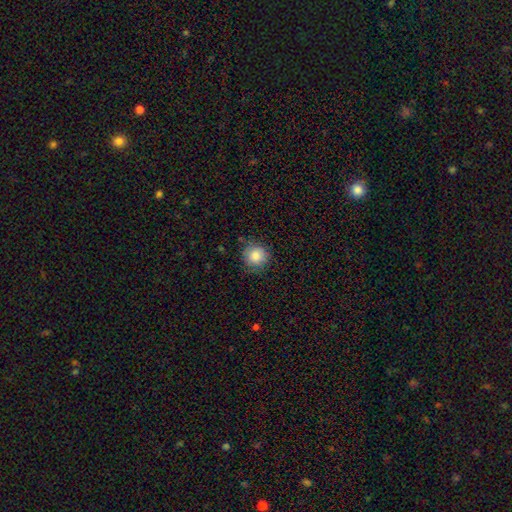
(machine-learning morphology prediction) Overall: smooth (85%). How rounded: round (92%). Merging: none (82%).